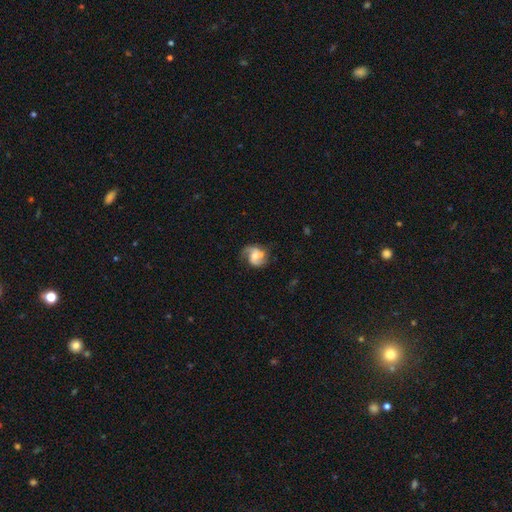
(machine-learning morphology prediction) Q: Smooth or featured?
A: featured or disk (74%); runner-up: smooth (19%)
Q: Edge-on disk?
A: no (98%); runner-up: yes (2%)
Q: Bar?
A: no (58%); runner-up: weak (34%)
Q: Spiral arms?
A: yes (92%); runner-up: no (8%)
Q: Spiral winding?
A: medium (46%); runner-up: loose (34%)
Q: Spiral arm count?
A: 2 (79%); runner-up: 1 (10%)
Q: Bulge size?
A: moderate (55%); runner-up: small (34%)
Q: Merging?
A: none (61%); runner-up: minor disturbance (22%)